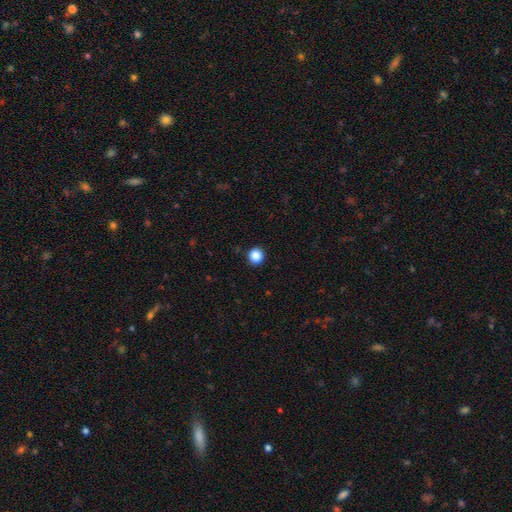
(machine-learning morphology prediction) smooth 87%, star or artifact 10%, featured or disk 3%. Down the decision tree: how rounded — round (91%); merging — none (92%).